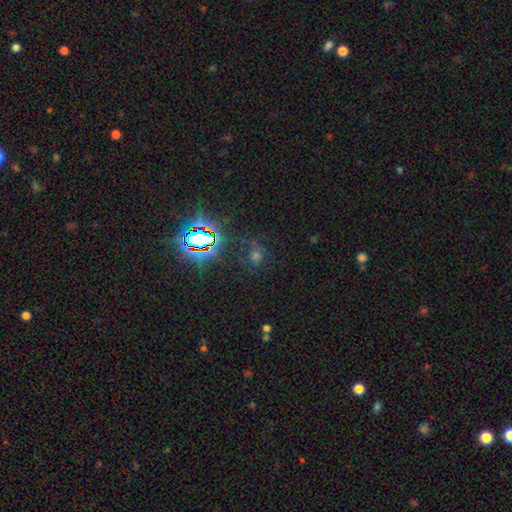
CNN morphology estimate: type=star or artifact (52%).